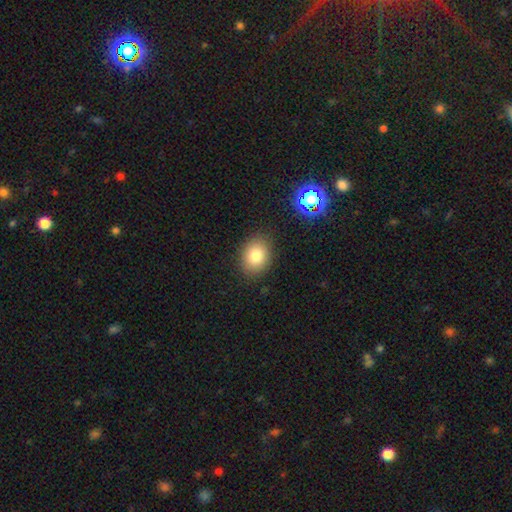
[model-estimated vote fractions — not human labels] Overall: smooth (80%). How rounded: in between (57%; round 42%). Merging: none (86%).